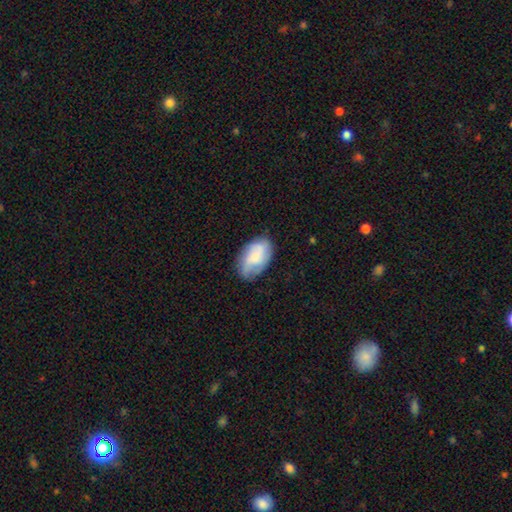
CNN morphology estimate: The model was most divided on "smooth or featured": smooth: 55%, featured or disk: 37%, star or artifact: 8%. More confident: how rounded — in between (91%); merging — none (65%).